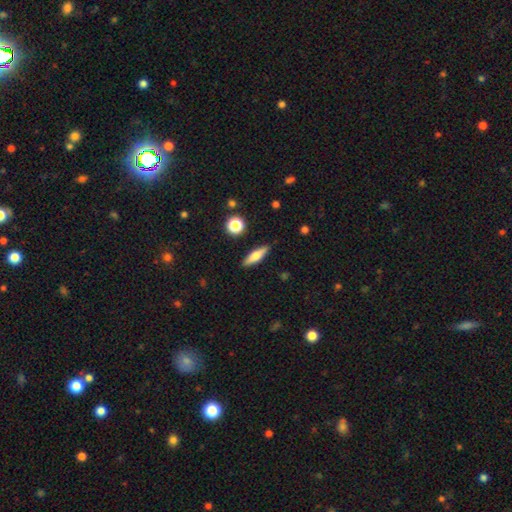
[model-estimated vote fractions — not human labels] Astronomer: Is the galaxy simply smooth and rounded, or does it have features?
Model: smooth — 57% (runner-up: featured or disk, 35%).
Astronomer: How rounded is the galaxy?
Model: cigar-shaped — 62%.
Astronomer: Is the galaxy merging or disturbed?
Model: none — 88%.